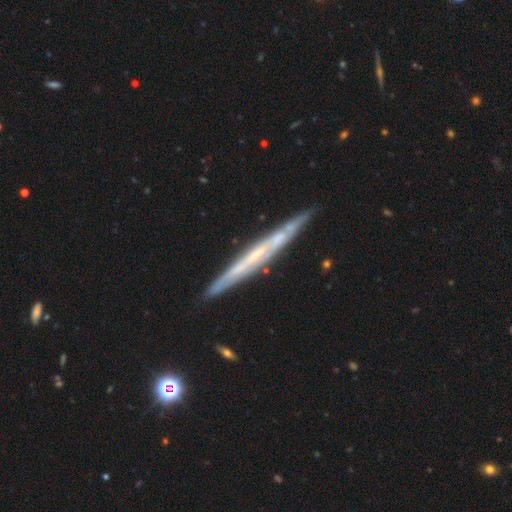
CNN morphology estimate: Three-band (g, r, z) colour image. It shows a featured or disk galaxy (68%) viewed edge-on (94%) with no central bulge (83%). Merging: none (86%).